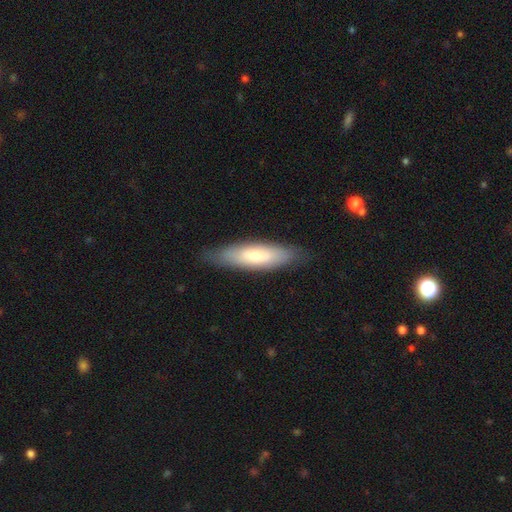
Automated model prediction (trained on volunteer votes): A smooth galaxy with no disk features (66%) that is cigar-shaped (54%).

Vote fractions:
- Smooth or featured? smooth: 66% / featured or disk: 29% / star or artifact: 6%
- How rounded? cigar-shaped: 54% / in between: 44% / round: 2%
- Merging? none: 82% / minor disturbance: 14% / major disturbance: 3% / merger: 1%